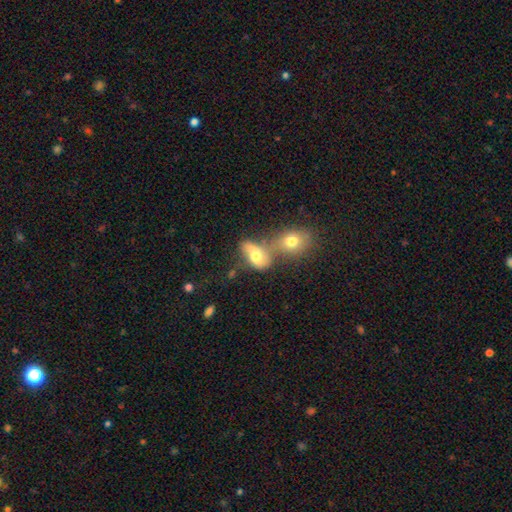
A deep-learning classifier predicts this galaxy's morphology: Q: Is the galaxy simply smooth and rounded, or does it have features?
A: smooth — 62%.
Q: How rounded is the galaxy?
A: in between — 79%.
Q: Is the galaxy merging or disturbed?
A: merger — 56%.